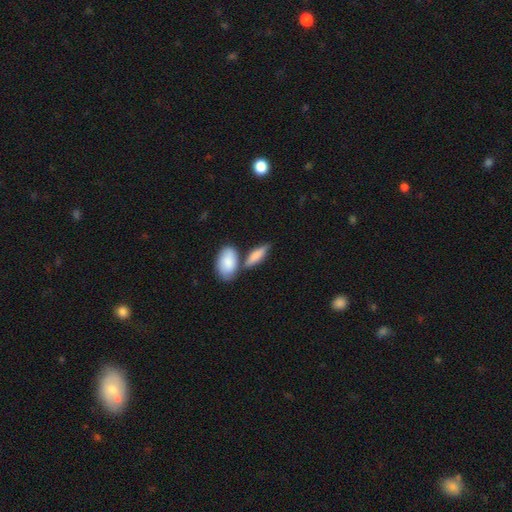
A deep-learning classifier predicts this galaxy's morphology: Smooth or featured? Predicted: smooth (p=0.79). How rounded? Predicted: in between (p=0.69). Merging? Predicted: none (p=0.52).